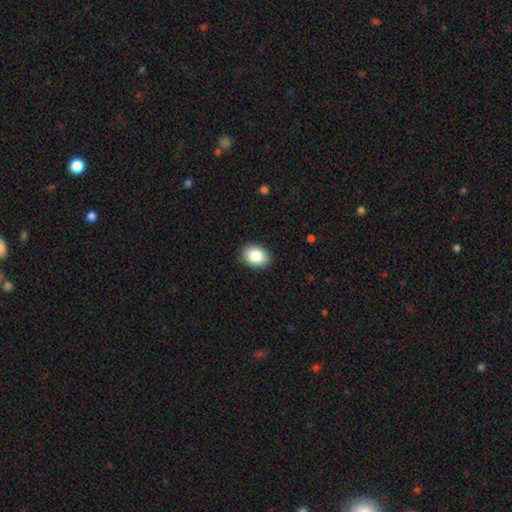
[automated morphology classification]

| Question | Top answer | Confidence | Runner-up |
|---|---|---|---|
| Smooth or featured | smooth | 87% | star or artifact (8%) |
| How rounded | in between | 71% | round (28%) |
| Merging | none | 89% | minor disturbance (8%) |